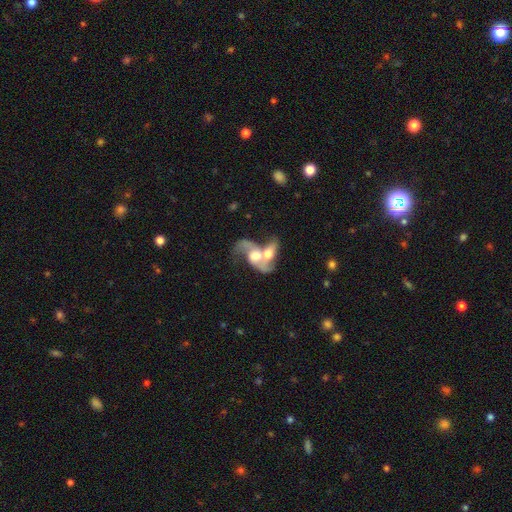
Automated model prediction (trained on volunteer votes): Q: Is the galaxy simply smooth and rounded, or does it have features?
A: featured or disk — 62%.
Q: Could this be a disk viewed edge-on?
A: no — 95%.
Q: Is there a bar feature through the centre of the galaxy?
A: no — 70%.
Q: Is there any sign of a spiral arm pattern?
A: yes — 71%.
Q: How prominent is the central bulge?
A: moderate — 54%.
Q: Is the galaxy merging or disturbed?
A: merger — 81%.